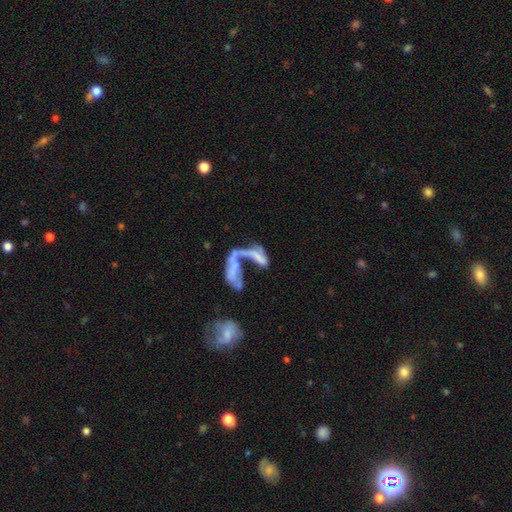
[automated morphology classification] featured or disk 51%, smooth 37%, star or artifact 12%. Down the decision tree: edge-on disk — no (90%); merging — merger (57%).